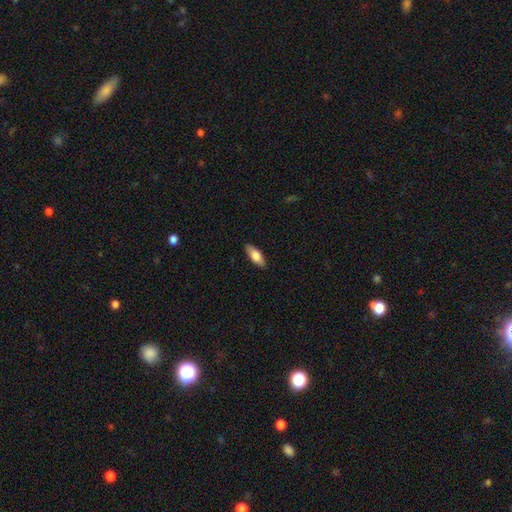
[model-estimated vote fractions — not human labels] Q: Smooth or featured?
A: smooth (75%); runner-up: featured or disk (19%)
Q: How rounded?
A: in between (75%); runner-up: cigar-shaped (23%)
Q: Merging?
A: none (87%); runner-up: minor disturbance (10%)